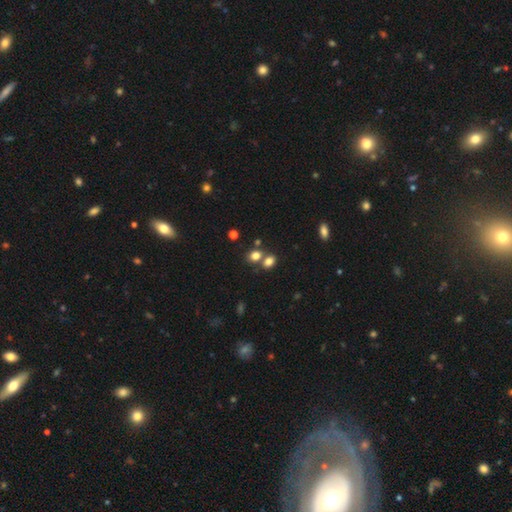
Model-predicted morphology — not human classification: smooth_or_featured: smooth (p=0.78) [alt: star or artifact p=0.14]
how_rounded: in between (p=0.52) [alt: round p=0.47]
merging: none (p=0.50) [alt: merger p=0.37]